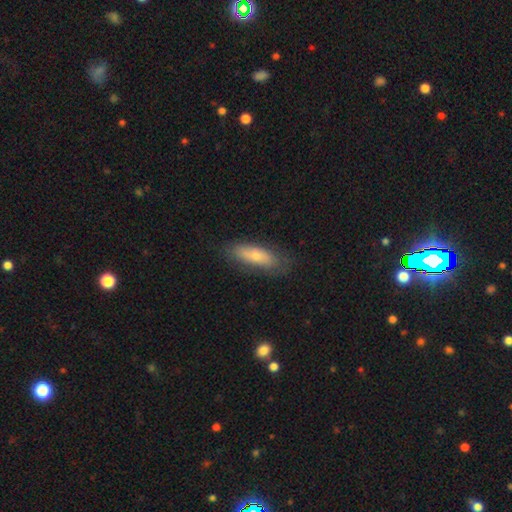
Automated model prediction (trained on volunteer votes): smooth 70%, featured or disk 23%, star or artifact 7%. Down the decision tree: how rounded — in between (59%); merging — none (74%).